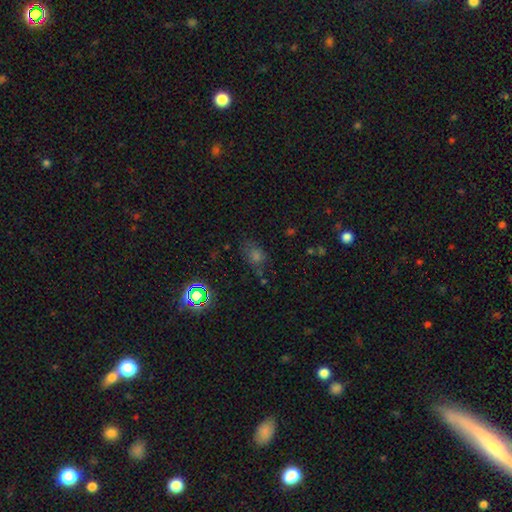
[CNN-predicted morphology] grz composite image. It shows a smooth galaxy with no disk features (55%) that is in between round and cigar-shaped (54%). Merging: none (67%).